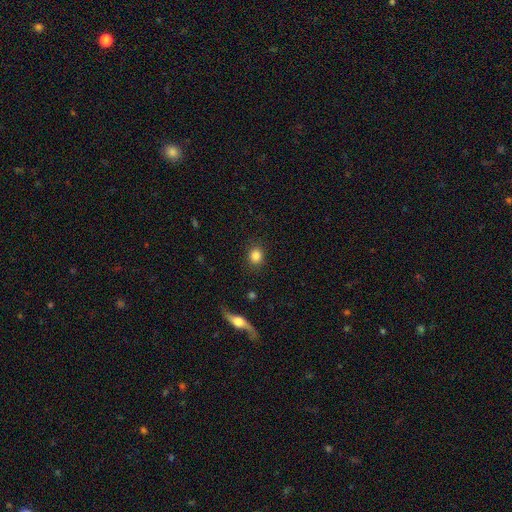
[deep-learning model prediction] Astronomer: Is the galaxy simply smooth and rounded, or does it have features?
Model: smooth — 84%.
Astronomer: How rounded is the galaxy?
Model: round — 72%.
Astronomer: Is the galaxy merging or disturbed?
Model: none — 87%.